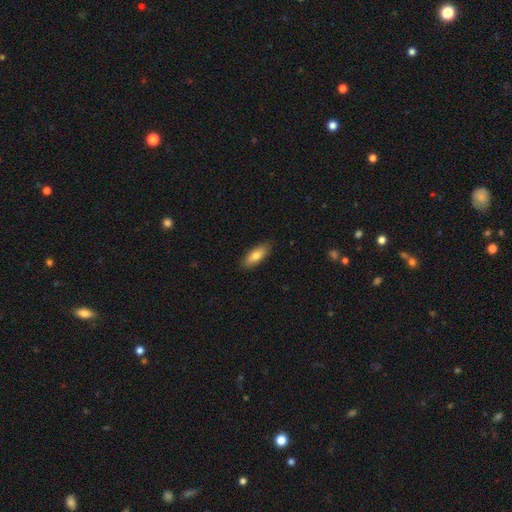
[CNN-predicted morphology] type=smooth (79%); roundness=in between (72%); merging=none (87%).